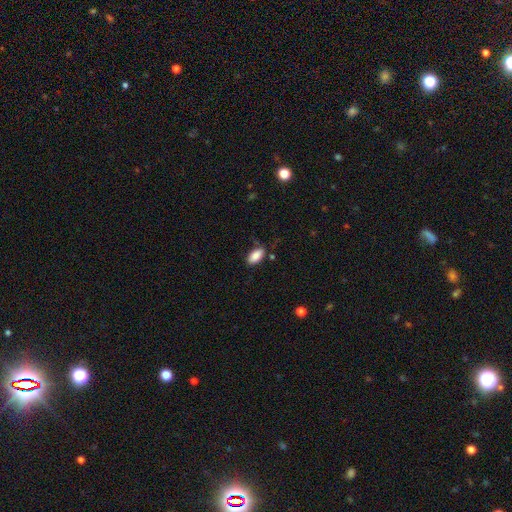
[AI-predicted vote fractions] smooth 88%, star or artifact 7%, featured or disk 5%. Down the decision tree: how rounded — in between (93%); merging — none (76%).